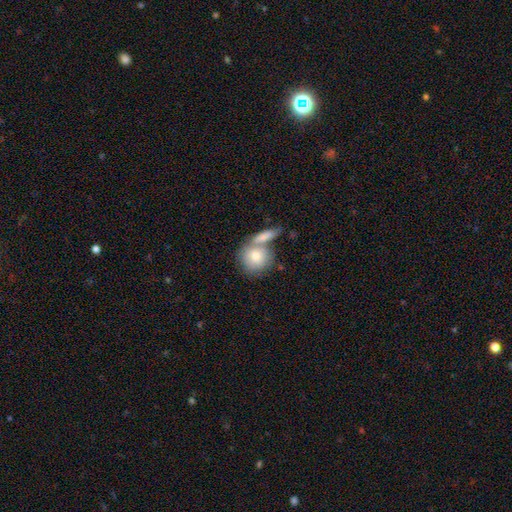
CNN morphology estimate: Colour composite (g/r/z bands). It shows a smooth galaxy with no disk features (77%) that is round (78%). Merging: merger (47%).